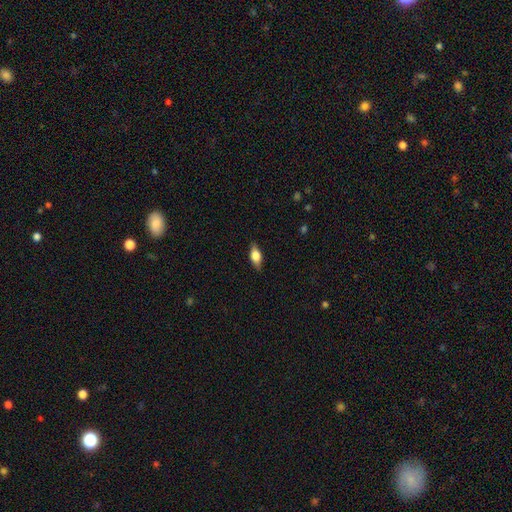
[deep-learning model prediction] A smooth galaxy with no disk features (57%) that is in between round and cigar-shaped (76%).

Vote fractions:
- Smooth or featured? smooth: 57% / featured or disk: 35% / star or artifact: 7%
- How rounded? in between: 76% / cigar-shaped: 17% / round: 6%
- Merging? none: 84% / minor disturbance: 12% / major disturbance: 3% / merger: 1%